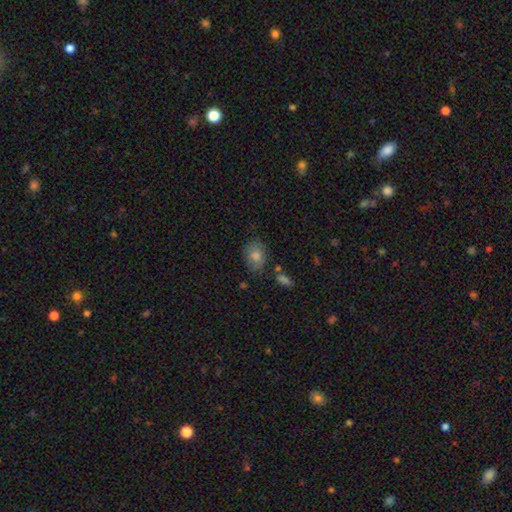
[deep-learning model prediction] Smooth or featured? Predicted: smooth (p=0.74). How rounded? Predicted: in between (p=0.72). Merging? Predicted: none (p=0.74).